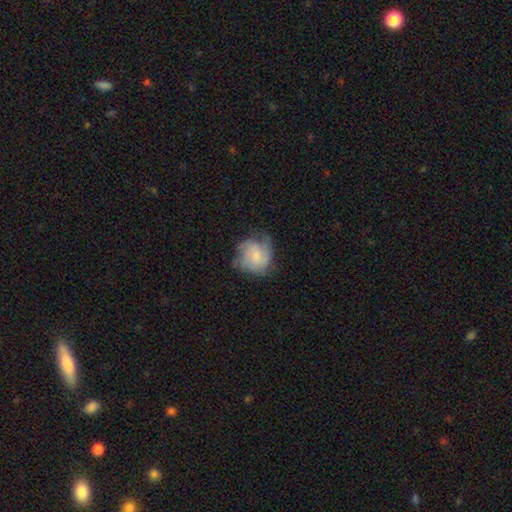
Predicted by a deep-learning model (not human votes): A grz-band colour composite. It shows a smooth galaxy with no disk features (46%). Merging: none (52%).